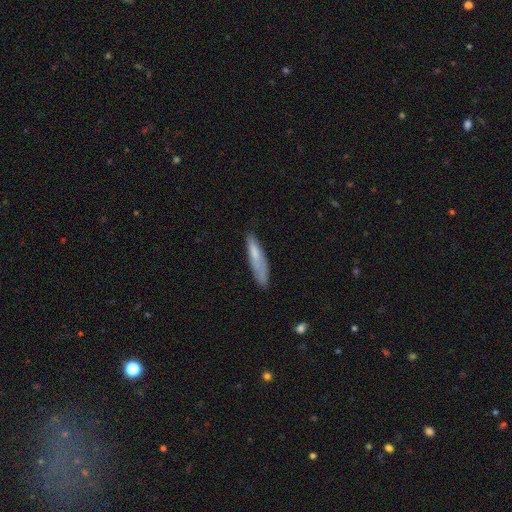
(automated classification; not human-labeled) This appears to be a smooth galaxy with no disk features (70%) that is cigar-shaped (82%). Merging: none (69%).